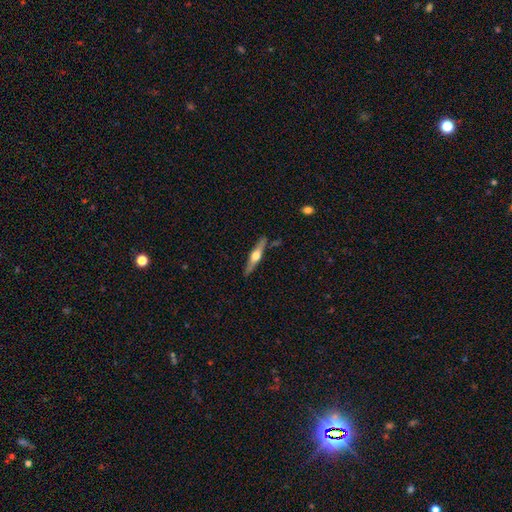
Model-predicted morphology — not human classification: This appears to be a featured or disk galaxy (67%) viewed edge-on (97%) with a rounded central bulge (94%). Merging: none (86%).